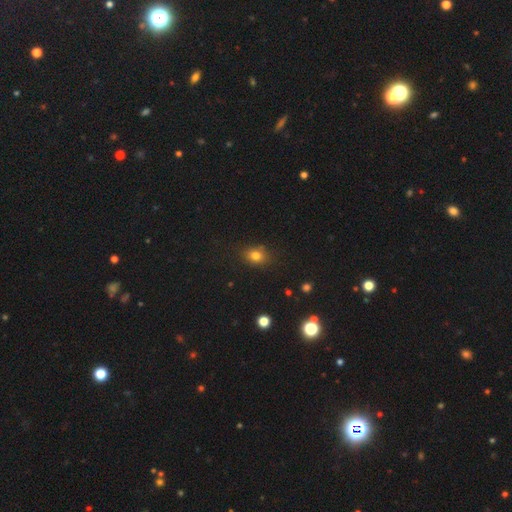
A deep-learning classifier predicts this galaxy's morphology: A smooth galaxy with no disk features (79%) that is round (50%).

Vote fractions:
- Smooth or featured? smooth: 79% / star or artifact: 13% / featured or disk: 7%
- How rounded? round: 50% / in between: 49% / cigar-shaped: 1%
- Merging? none: 80% / minor disturbance: 14% / major disturbance: 4% / merger: 2%